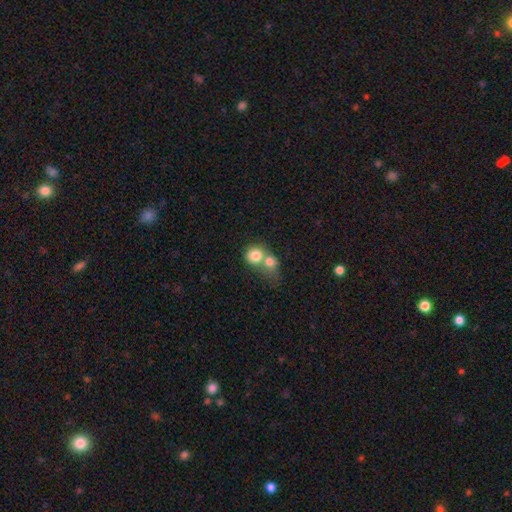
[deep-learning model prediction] Smooth or featured? smooth (78%)
How rounded? round (80%)
Merging? merger (64%)